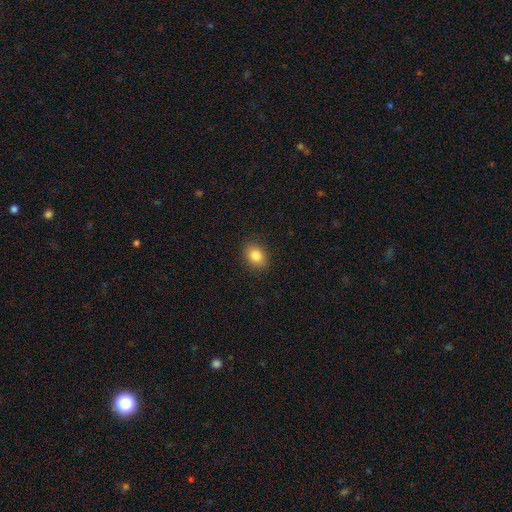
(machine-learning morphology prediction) A smooth galaxy with no disk features (84%) that is in between round and cigar-shaped (69%).

Vote fractions:
- Smooth or featured? smooth: 84% / star or artifact: 9% / featured or disk: 6%
- How rounded? in between: 69% / round: 30% / cigar-shaped: 1%
- Merging? none: 89% / minor disturbance: 8% / major disturbance: 2% / merger: 1%